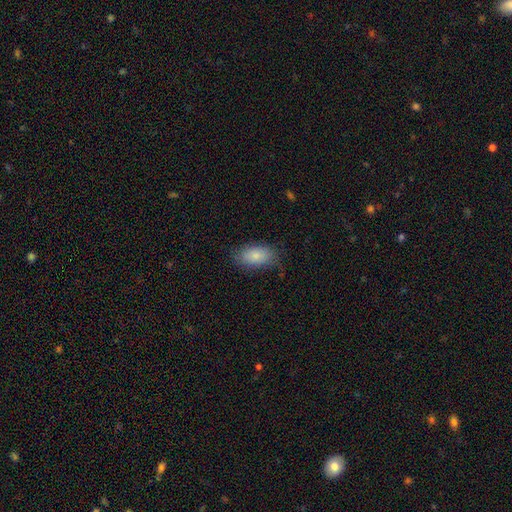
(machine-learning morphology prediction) smooth-or-featured: smooth: 83% | featured or disk: 10% | star or artifact: 7%
  how-rounded: in between: 92% | round: 6% | cigar-shaped: 2%
  merging: none: 76% | minor disturbance: 18% | major disturbance: 5% | merger: 1%